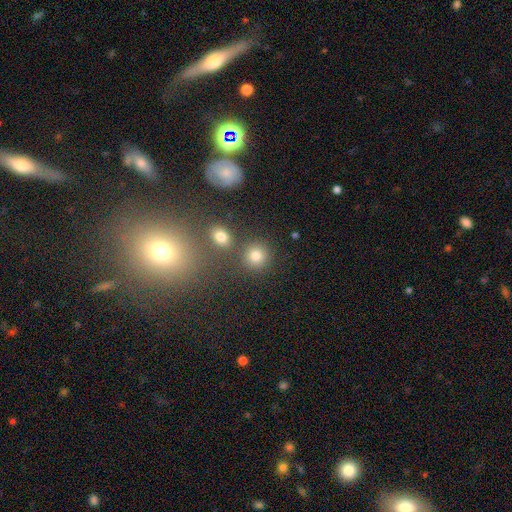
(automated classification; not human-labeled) Q: Smooth or featured?
A: smooth (77%); runner-up: star or artifact (16%)
Q: How rounded?
A: round (89%); runner-up: in between (10%)
Q: Merging?
A: none (79%); runner-up: merger (10%)